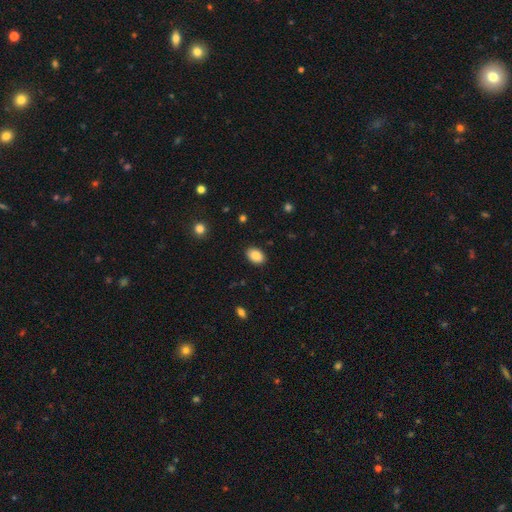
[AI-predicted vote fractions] smooth-or-featured: smooth: 88% | star or artifact: 8% | featured or disk: 4%
  how-rounded: in between: 83% | round: 16% | cigar-shaped: 1%
  merging: none: 89% | minor disturbance: 8% | major disturbance: 2% | merger: 1%